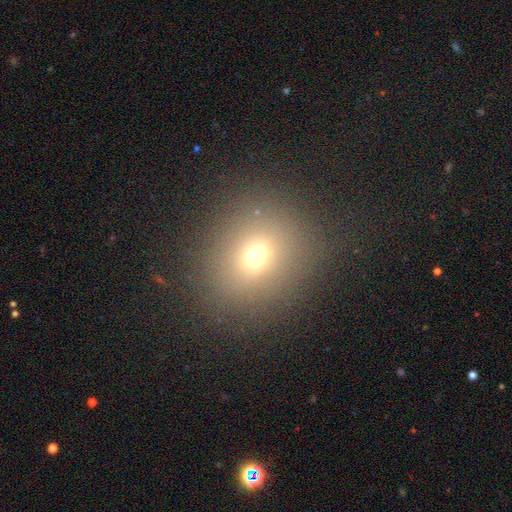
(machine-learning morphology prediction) smooth_or_featured: smooth (p=0.67) [alt: star or artifact p=0.20]
how_rounded: round (p=0.68) [alt: in between p=0.31]
merging: none (p=0.84) [alt: minor disturbance p=0.09]